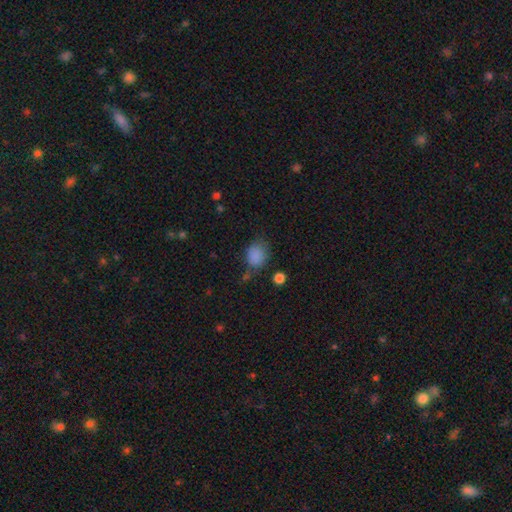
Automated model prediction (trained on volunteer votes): A smooth galaxy with no disk features (83%) that is round (59%). Merging: none (62%).